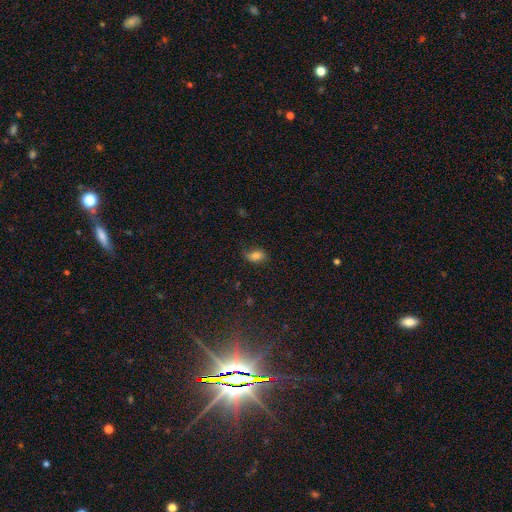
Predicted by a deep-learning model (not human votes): Overall: smooth (76%). How rounded: in between (87%). Merging: none (62%; minor disturbance 27%).